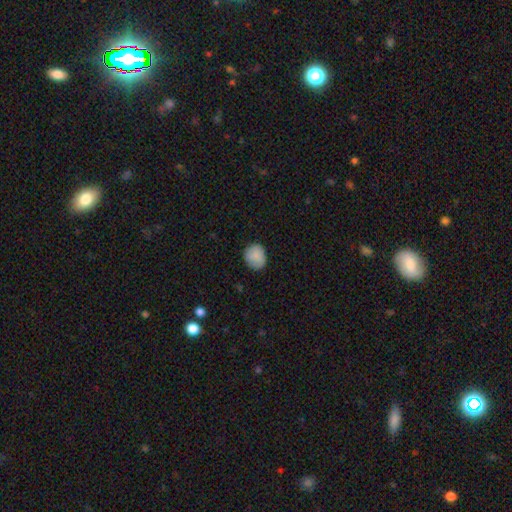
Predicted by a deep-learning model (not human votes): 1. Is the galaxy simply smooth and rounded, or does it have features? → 87% smooth, 7% star or artifact, 6% featured or disk.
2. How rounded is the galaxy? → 71% round, 28% in between, 1% cigar-shaped.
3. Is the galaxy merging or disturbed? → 81% none, 15% minor disturbance, 3% major disturbance, 1% merger.